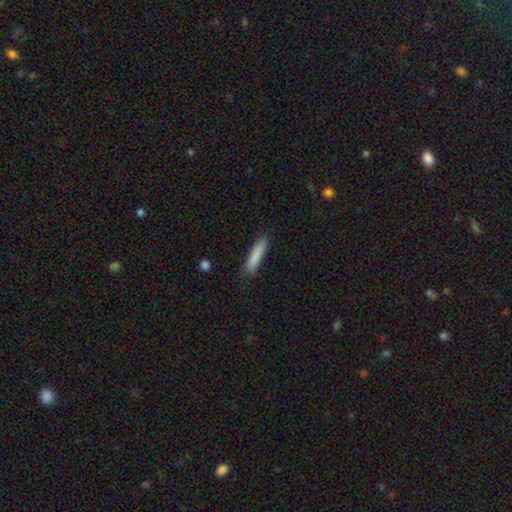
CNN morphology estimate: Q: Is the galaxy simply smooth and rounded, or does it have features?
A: smooth — 84%.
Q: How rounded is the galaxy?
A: cigar-shaped — 86%.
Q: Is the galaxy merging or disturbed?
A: none — 83%.